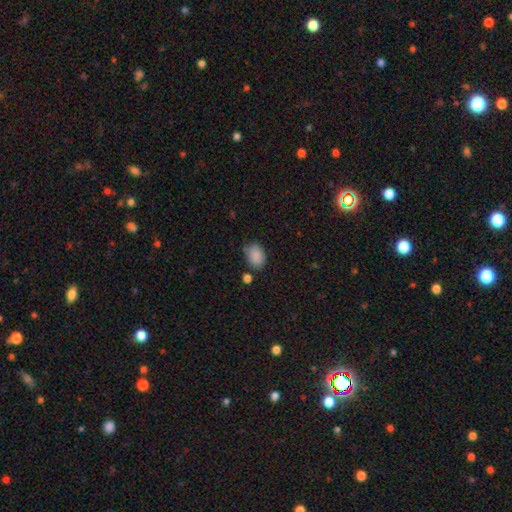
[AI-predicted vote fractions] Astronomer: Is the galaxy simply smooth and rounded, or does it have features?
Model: smooth — 88%.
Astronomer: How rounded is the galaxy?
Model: in between — 79%.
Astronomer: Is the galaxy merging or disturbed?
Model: none — 72%.